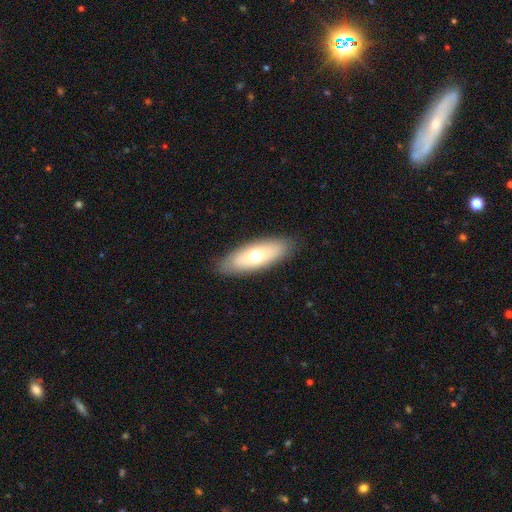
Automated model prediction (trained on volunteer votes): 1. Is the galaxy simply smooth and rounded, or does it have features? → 62% smooth, 31% featured or disk, 7% star or artifact.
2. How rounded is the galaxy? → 70% in between, 27% cigar-shaped, 3% round.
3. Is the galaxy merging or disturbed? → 87% none, 9% minor disturbance, 3% major disturbance, 1% merger.